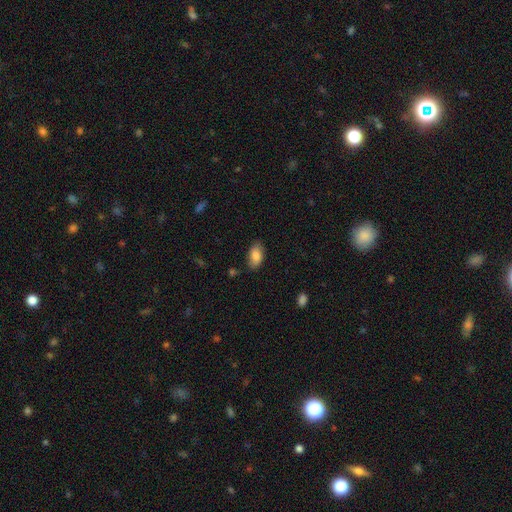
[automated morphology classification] smooth_or_featured: smooth (p=0.84) [alt: featured or disk p=0.09]
how_rounded: in between (p=0.93) [alt: round p=0.04]
merging: none (p=0.79) [alt: minor disturbance p=0.16]